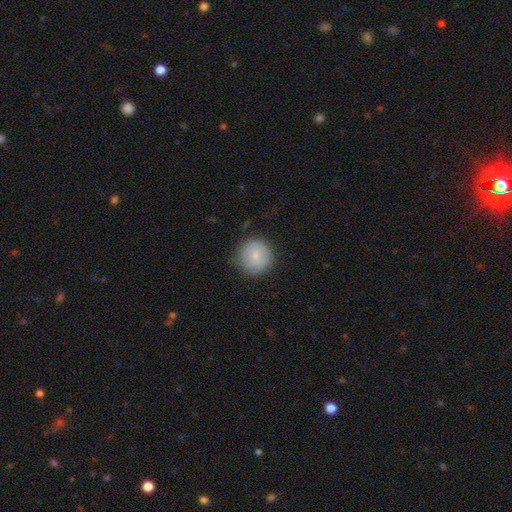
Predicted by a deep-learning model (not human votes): Smooth or featured? Predicted: smooth (p=0.77). How rounded? Predicted: round (p=0.94). Merging? Predicted: none (p=0.78).